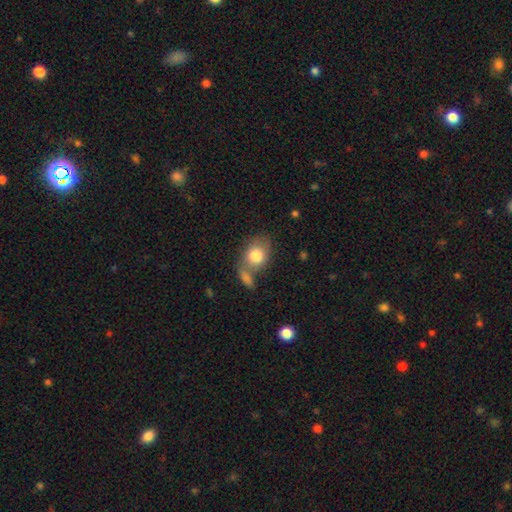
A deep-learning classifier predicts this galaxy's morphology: type=smooth (79%); roundness=in between (59%); merging=none (47%).